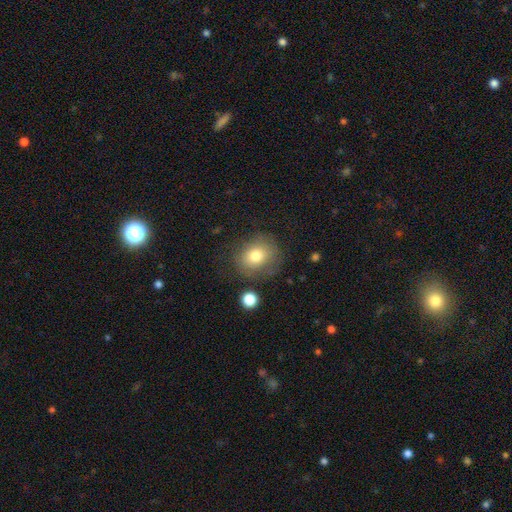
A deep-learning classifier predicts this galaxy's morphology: Overall: smooth (76%). How rounded: round (66%; in between 33%). Merging: none (72%).